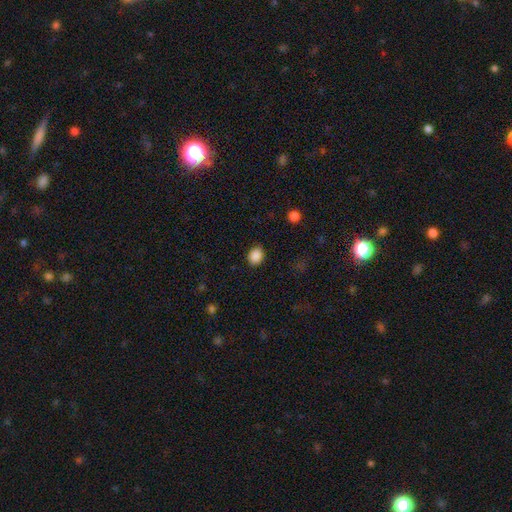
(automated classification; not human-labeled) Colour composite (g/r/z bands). It shows a smooth galaxy with no disk features (88%) that is round (57%). Merging: none (88%).